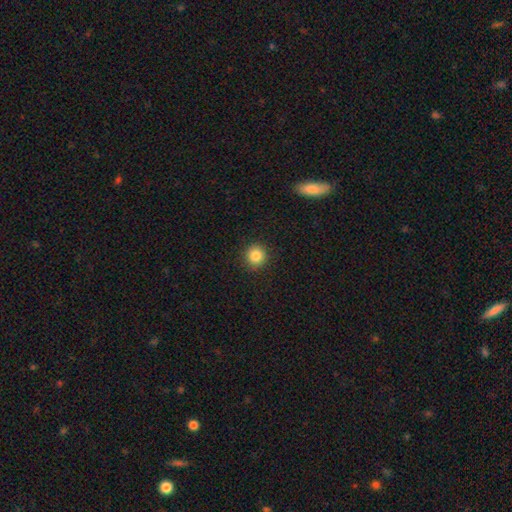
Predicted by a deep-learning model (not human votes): Smooth or featured? Predicted: smooth (p=0.85). How rounded? Predicted: round (p=0.93). Merging? Predicted: none (p=0.92).